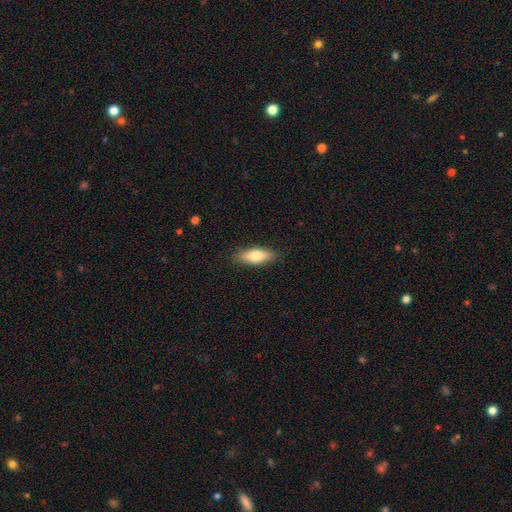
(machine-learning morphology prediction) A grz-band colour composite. It shows a smooth galaxy with no disk features (73%) that is in between round and cigar-shaped (63%). Merging: none (87%).